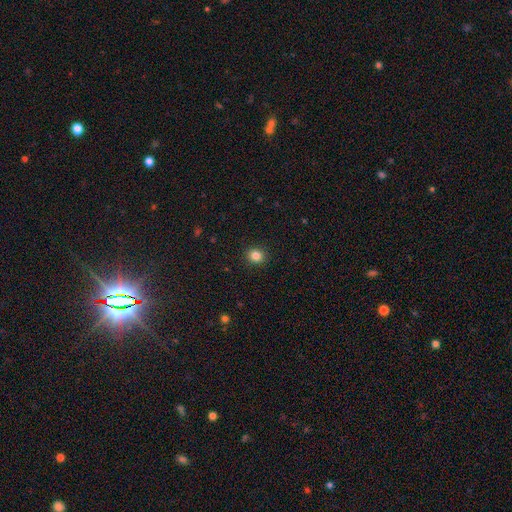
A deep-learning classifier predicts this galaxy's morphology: smooth 84%, star or artifact 12%, featured or disk 5%. Down the decision tree: how rounded — round (85%); merging — none (92%).